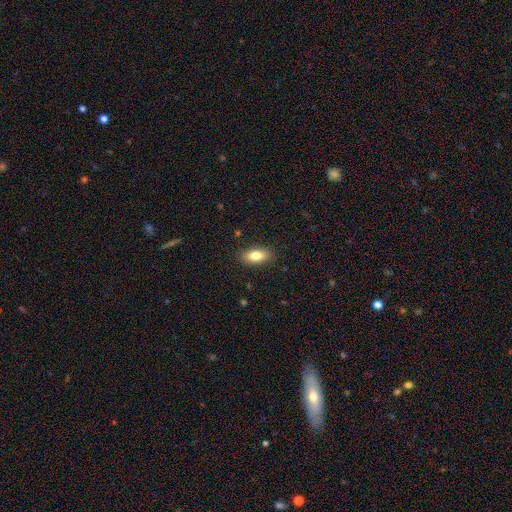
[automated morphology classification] type=smooth (81%); roundness=in between (87%); merging=none (88%).